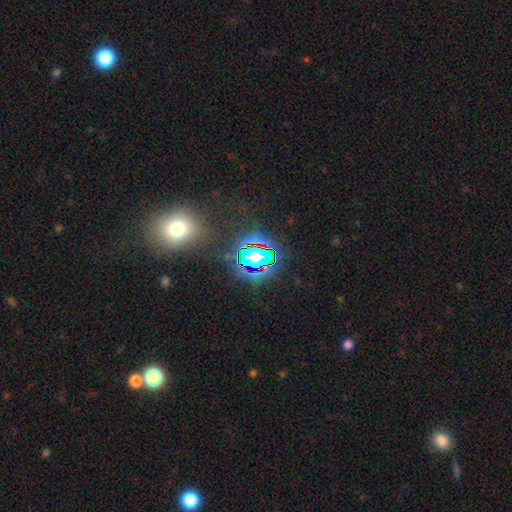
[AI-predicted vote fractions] smooth-or-featured: star or artifact: 74% | smooth: 17% | featured or disk: 10%